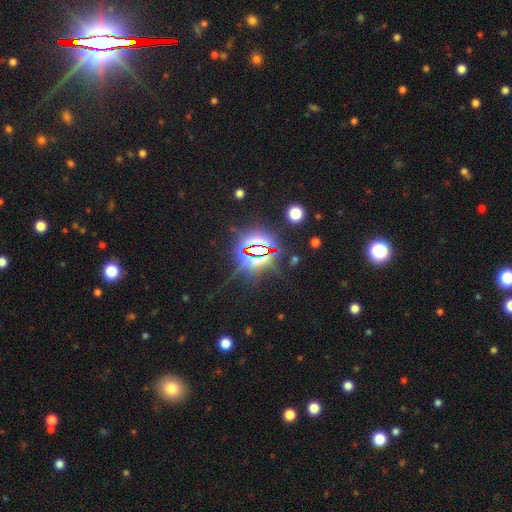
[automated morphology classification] A star or artifact, not a galaxy (81%).